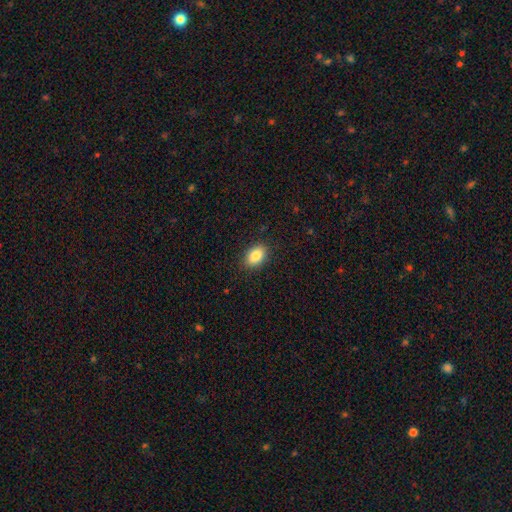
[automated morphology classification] A smooth galaxy with no disk features (86%) that is in between round and cigar-shaped (88%). Merging: none (89%).